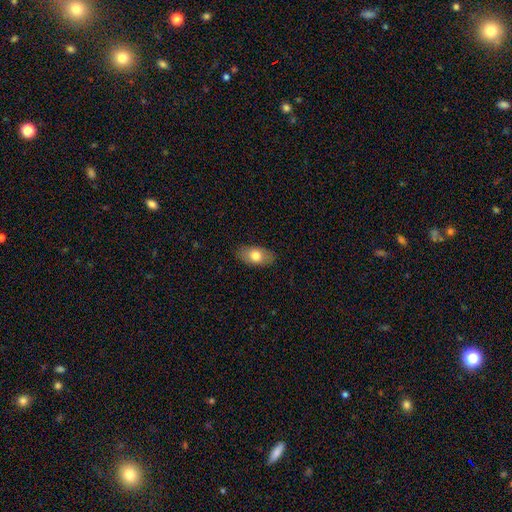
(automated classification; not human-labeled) Smooth or featured? Predicted: smooth (p=0.75). How rounded? Predicted: in between (p=0.91). Merging? Predicted: none (p=0.86).